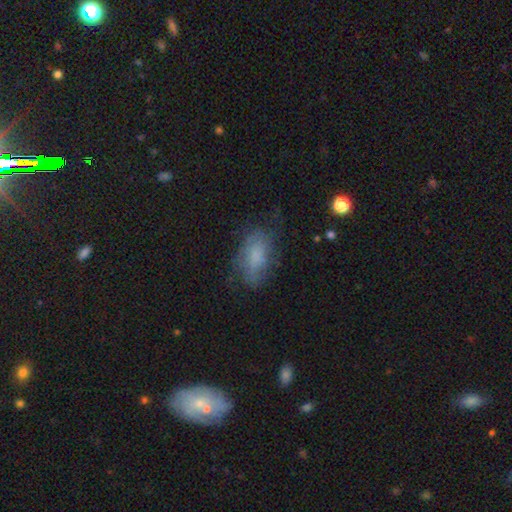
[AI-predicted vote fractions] Smooth or featured?
  - smooth: 64% *
  - featured or disk: 26%
  - star or artifact: 10%
How rounded?
  - in between: 90% *
  - round: 5%
  - cigar-shaped: 5%
Merging?
  - none: 60% *
  - minor disturbance: 25%
  - major disturbance: 13%
  - merger: 2%